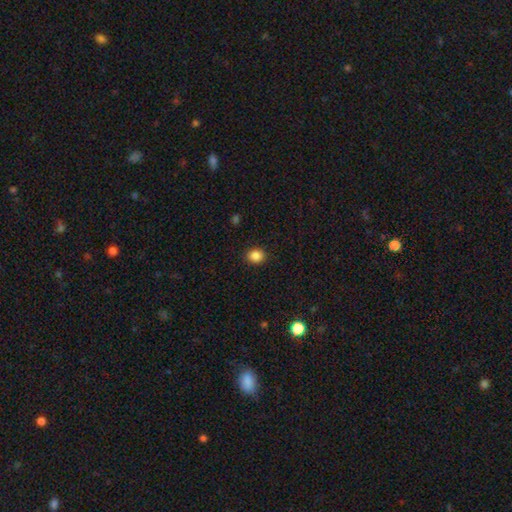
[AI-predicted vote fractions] This appears to be a smooth galaxy with no disk features (86%) that is round (62%). Merging: none (90%).